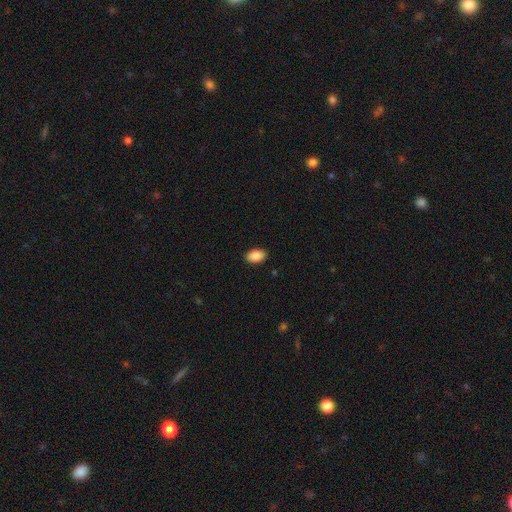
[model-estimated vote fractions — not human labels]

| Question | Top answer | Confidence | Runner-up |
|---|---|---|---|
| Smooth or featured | smooth | 88% | star or artifact (7%) |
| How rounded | in between | 91% | round (8%) |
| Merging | none | 89% | minor disturbance (8%) |